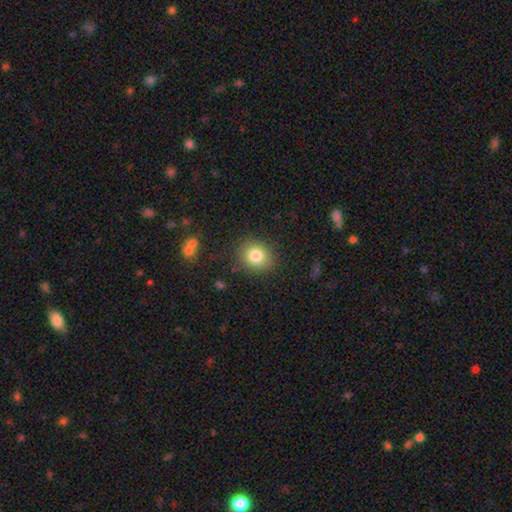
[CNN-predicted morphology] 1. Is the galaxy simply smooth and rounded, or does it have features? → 81% smooth, 11% star or artifact, 8% featured or disk.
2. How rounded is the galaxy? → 77% round, 22% in between, 1% cigar-shaped.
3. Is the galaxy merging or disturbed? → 85% none, 10% minor disturbance, 3% major disturbance, 2% merger.